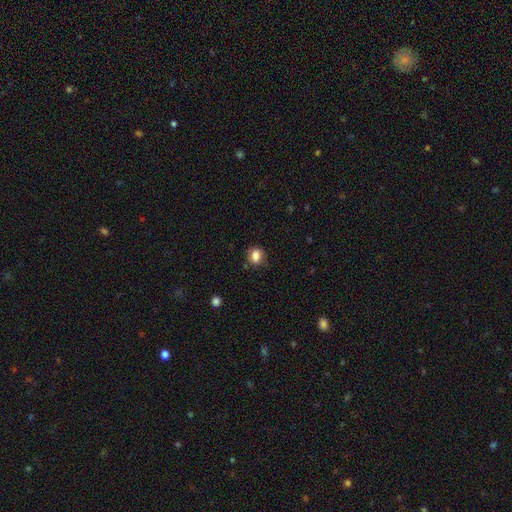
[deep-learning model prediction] The model was most divided on "how rounded": round: 53%, in between: 45%, cigar-shaped: 1%. More confident: smooth or featured — smooth (84%); merging — none (77%).